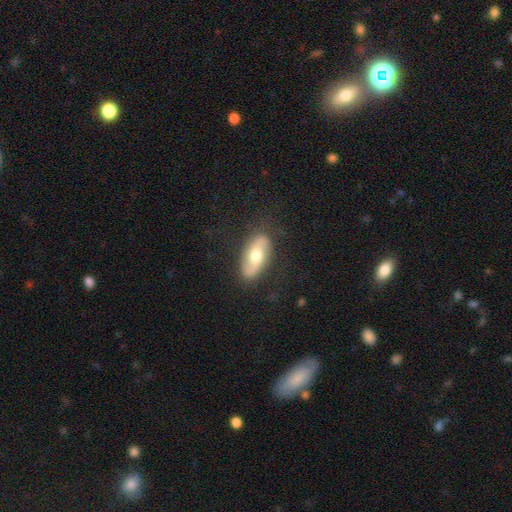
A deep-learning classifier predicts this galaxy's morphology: Overall: featured or disk (55%; smooth 38%). Edge-on disk: no (86%). Merging: none (81%).